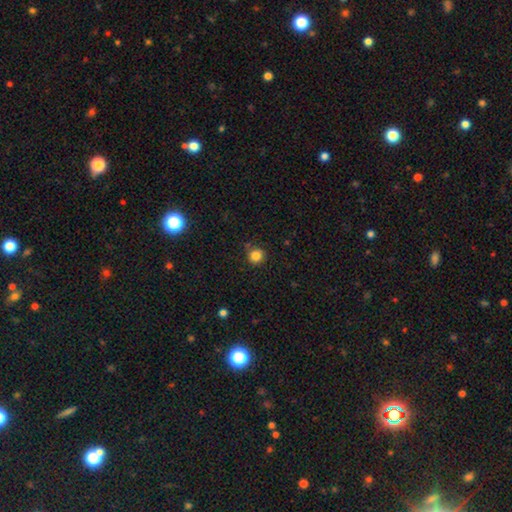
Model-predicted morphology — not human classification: Smooth or featured? smooth (83%)
How rounded? round (92%)
Merging? none (82%)